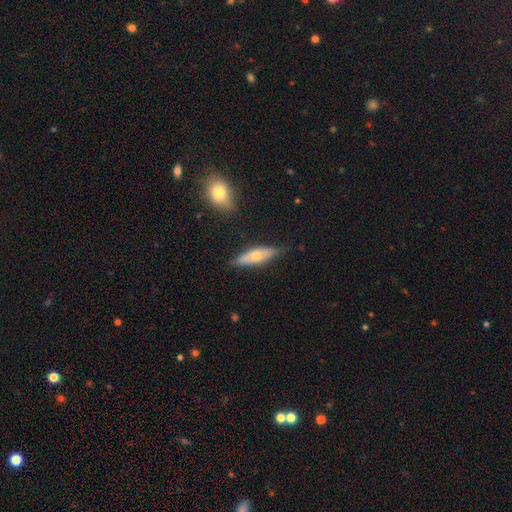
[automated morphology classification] Smooth or featured? smooth (56%)
How rounded? cigar-shaped (53%)
Merging? none (77%)